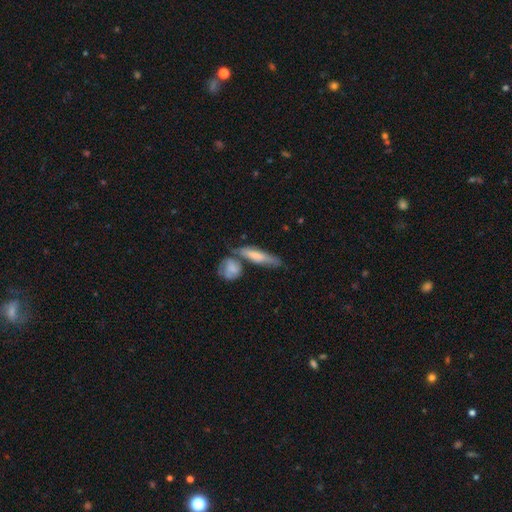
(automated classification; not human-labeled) smooth 55%, featured or disk 39%, star or artifact 6%. Down the decision tree: how rounded — cigar-shaped (64%); merging — none (47%).